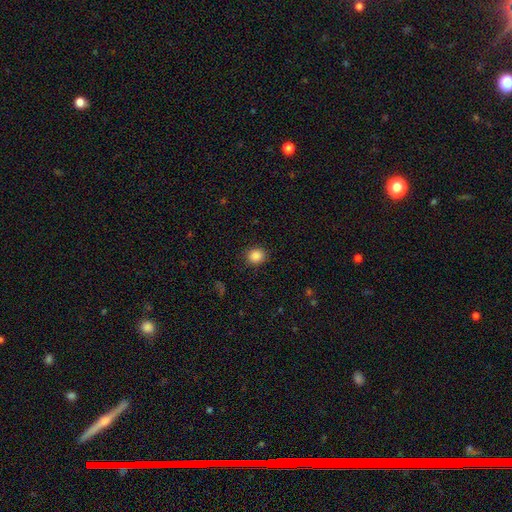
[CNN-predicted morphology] Overall: smooth (87%). How rounded: round (79%). Merging: none (89%).